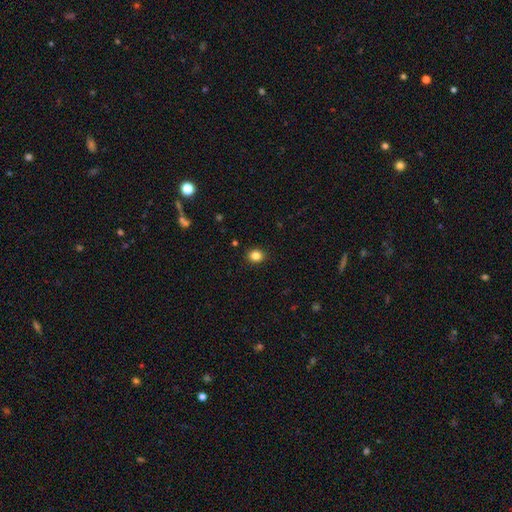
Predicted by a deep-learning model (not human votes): Overall: smooth (84%). How rounded: round (71%). Merging: none (91%).